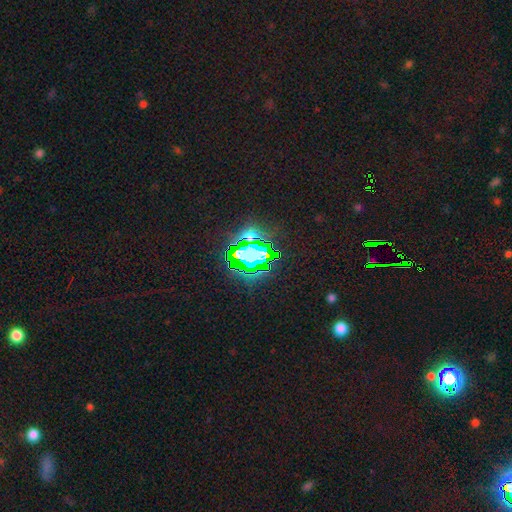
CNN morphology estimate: star or artifact 83%, smooth 9%, featured or disk 7%.